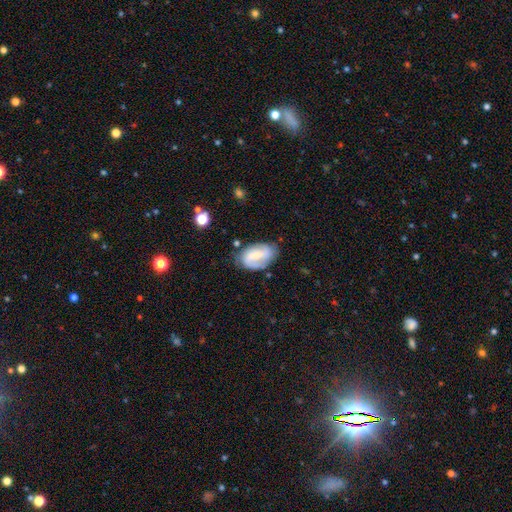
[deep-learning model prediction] Q: Smooth or featured?
A: featured or disk (68%); runner-up: smooth (26%)
Q: Edge-on disk?
A: no (97%); runner-up: yes (3%)
Q: Bar?
A: weak (47%); runner-up: no (30%)
Q: Spiral arms?
A: yes (89%); runner-up: no (11%)
Q: Spiral winding?
A: medium (41%); runner-up: loose (36%)
Q: Spiral arm count?
A: 2 (78%); runner-up: can't tell (10%)
Q: Bulge size?
A: small (58%); runner-up: moderate (33%)
Q: Merging?
A: none (68%); runner-up: minor disturbance (22%)